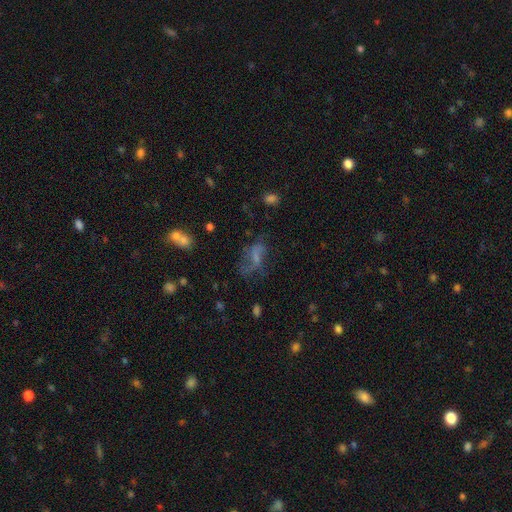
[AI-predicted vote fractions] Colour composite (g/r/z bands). It shows a featured or disk galaxy (41%). Merging: none (43%).